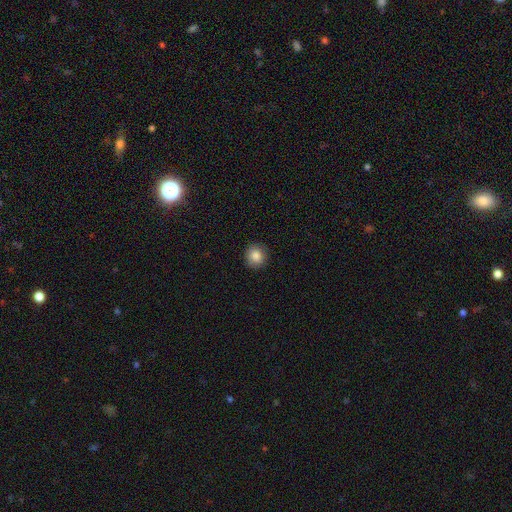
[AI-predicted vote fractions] Smooth or featured?
  - smooth: 85% *
  - star or artifact: 9%
  - featured or disk: 5%
How rounded?
  - round: 85% *
  - in between: 14%
  - cigar-shaped: 1%
Merging?
  - none: 90% *
  - minor disturbance: 7%
  - major disturbance: 2%
  - merger: 1%